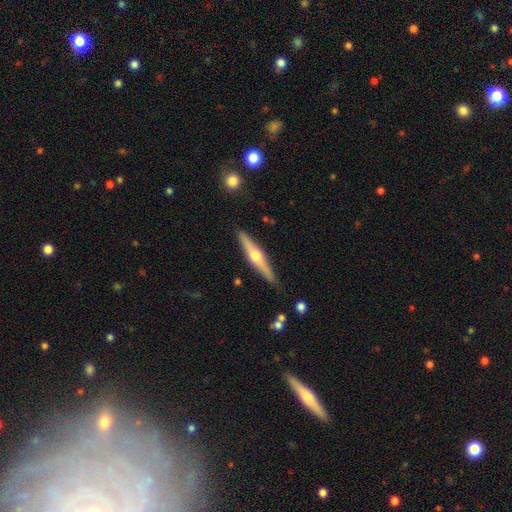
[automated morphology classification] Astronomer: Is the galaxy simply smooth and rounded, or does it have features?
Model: featured or disk — 68%.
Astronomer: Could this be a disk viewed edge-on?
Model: yes — 97%.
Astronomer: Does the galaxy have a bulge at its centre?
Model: rounded — 94%.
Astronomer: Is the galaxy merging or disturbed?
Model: none — 89%.